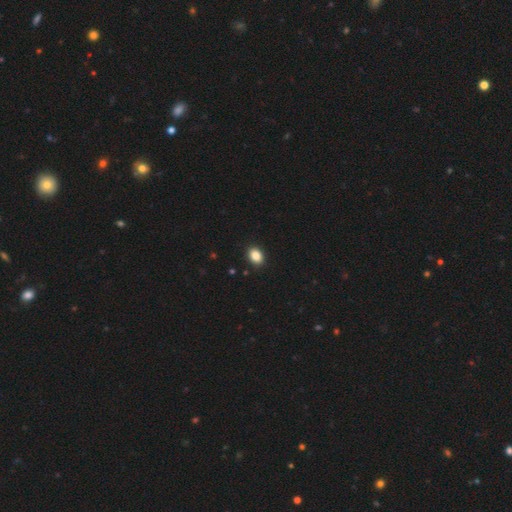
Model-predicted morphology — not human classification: Q: Smooth or featured?
A: smooth (87%); runner-up: star or artifact (9%)
Q: How rounded?
A: in between (69%); runner-up: round (30%)
Q: Merging?
A: none (91%); runner-up: minor disturbance (7%)